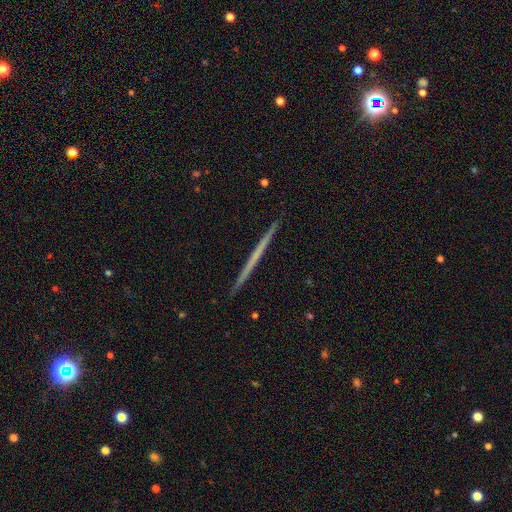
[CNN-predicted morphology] smooth_or_featured: featured or disk (p=0.59) [alt: smooth p=0.35]
disk_edge_on: yes (p=0.98) [alt: no p=0.02]
edge_on_bulge: none (p=0.92) [alt: rounded p=0.06]
merging: none (p=0.93) [alt: minor disturbance p=0.05]